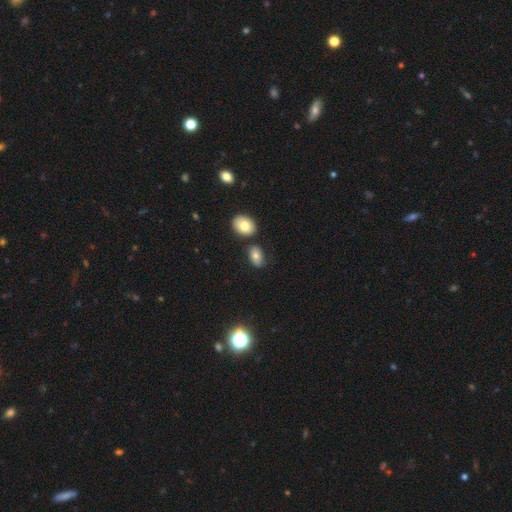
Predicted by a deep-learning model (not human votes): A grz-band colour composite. It shows a smooth galaxy with no disk features (74%) that is in between round and cigar-shaped (88%). Merging: none (71%).